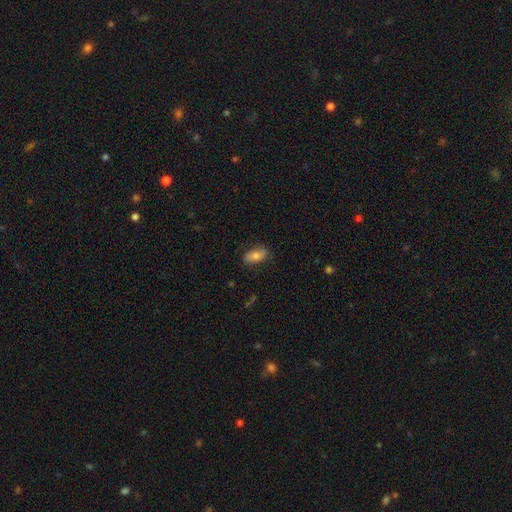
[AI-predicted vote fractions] A smooth galaxy with no disk features (74%) that is in between round and cigar-shaped (90%). Merging: none (82%).